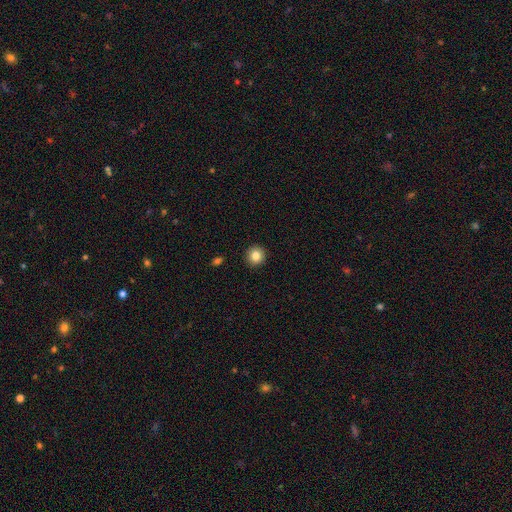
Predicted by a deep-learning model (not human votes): smooth 84%, star or artifact 10%, featured or disk 6%. Down the decision tree: how rounded — round (93%); merging — none (93%).